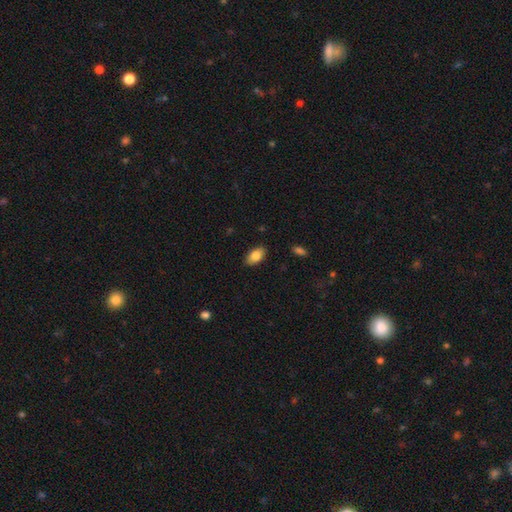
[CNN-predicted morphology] Q: Smooth or featured?
A: smooth (83%); runner-up: featured or disk (10%)
Q: How rounded?
A: in between (92%); runner-up: round (5%)
Q: Merging?
A: none (87%); runner-up: minor disturbance (10%)